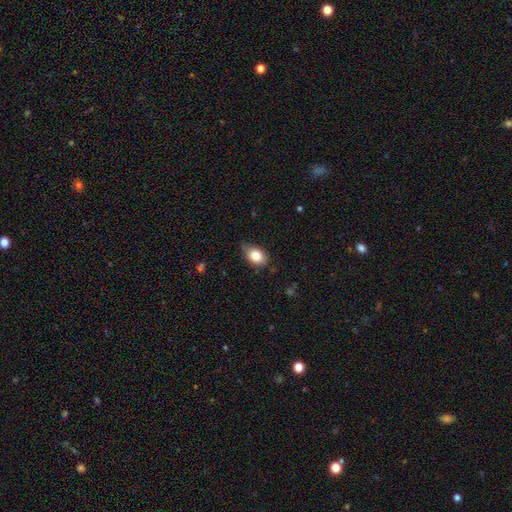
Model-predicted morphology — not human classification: Overall: smooth (83%). How rounded: in between (78%). Merging: none (60%; minor disturbance 32%).